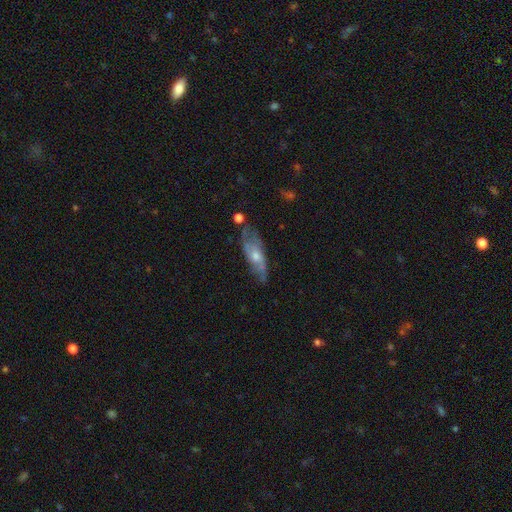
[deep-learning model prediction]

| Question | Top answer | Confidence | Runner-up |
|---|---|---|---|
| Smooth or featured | featured or disk | 62% | smooth (30%) |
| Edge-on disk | no | 72% | yes (28%) |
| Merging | none | 63% | minor disturbance (24%) |